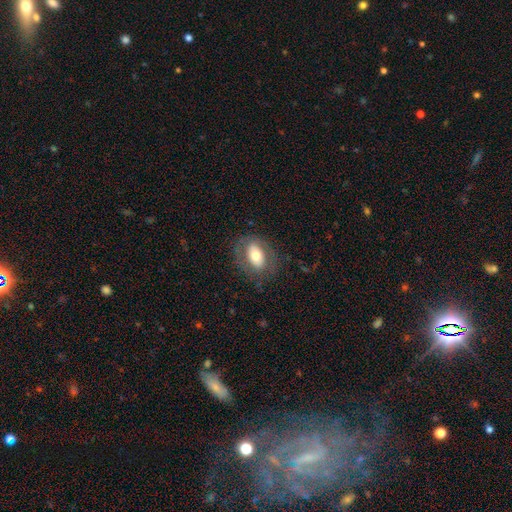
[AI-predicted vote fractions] A smooth galaxy with no disk features (60%) that is in between round and cigar-shaped (81%). Merging: none (75%).